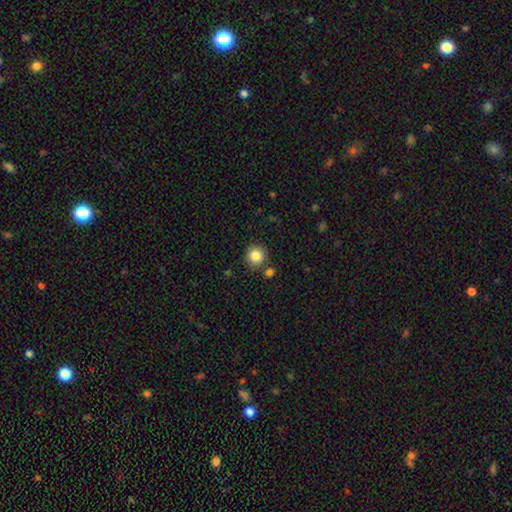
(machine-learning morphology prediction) This is clearly a smooth galaxy (85%). How rounded: clearly round (93%). Merging: clearly none (83%).